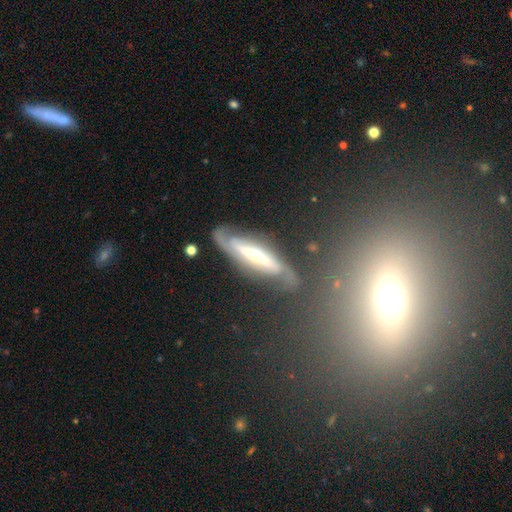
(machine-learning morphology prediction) The model was most divided on "edge-on disk": no: 60%, yes: 40%. More confident: smooth or featured — featured or disk (81%); merging — none (62%).